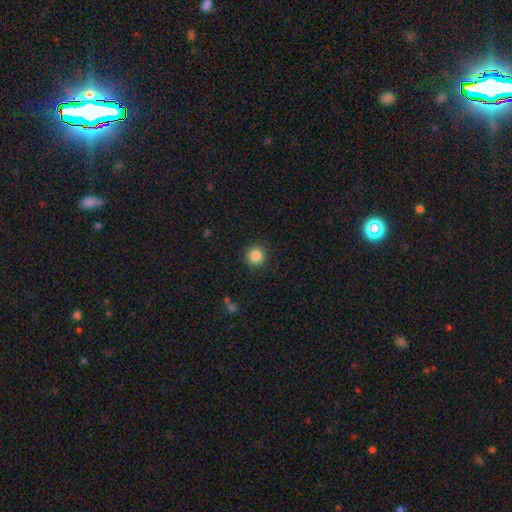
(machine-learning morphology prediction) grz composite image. It shows a smooth galaxy with no disk features (86%) that is round (94%). Merging: none (90%).